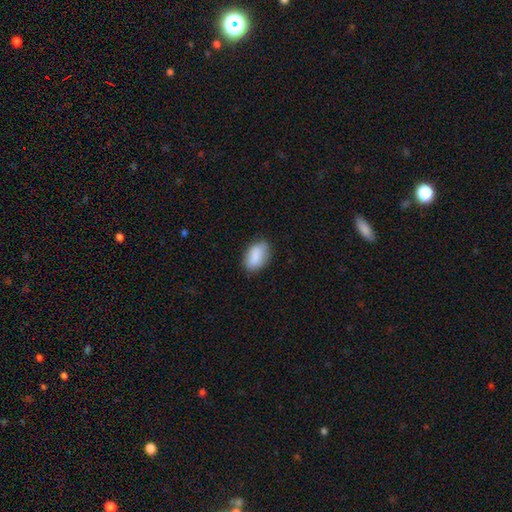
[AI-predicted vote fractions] This is clearly a smooth galaxy (87%). How rounded: clearly in between (91%). Merging: likely none (78%).